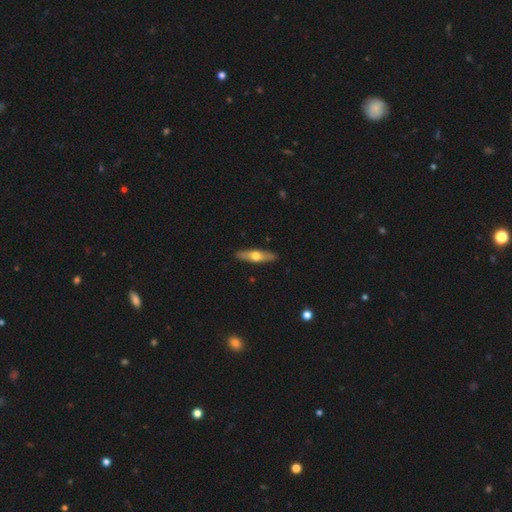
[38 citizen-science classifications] Smooth or featured: smooth — 53% (featured or disk — 42%)
How rounded: cigar-shaped — 60% (in between — 35%)
Merging: none — 94% (minor disturbance — 3%)